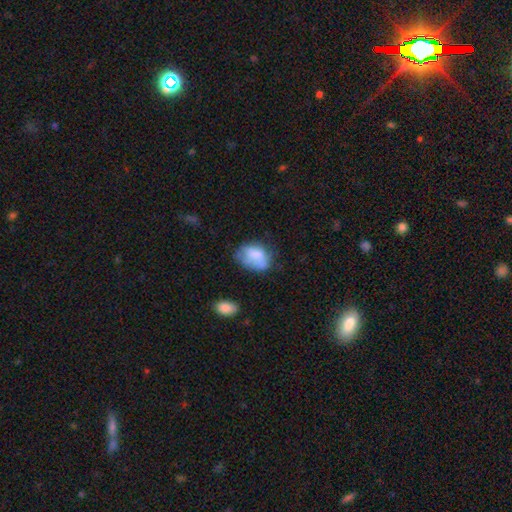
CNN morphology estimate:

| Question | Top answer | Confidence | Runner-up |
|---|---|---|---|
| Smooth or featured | smooth | 69% | featured or disk (22%) |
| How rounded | in between | 78% | round (20%) |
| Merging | none | 41% | minor disturbance (33%) |